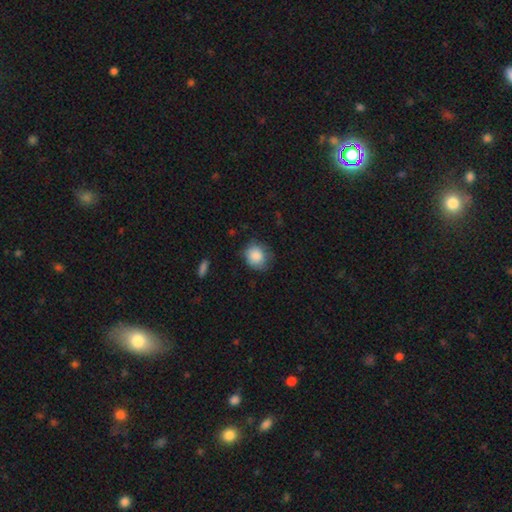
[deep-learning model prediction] smooth 86%, star or artifact 8%, featured or disk 6%. Down the decision tree: how rounded — round (75%); merging — none (68%).